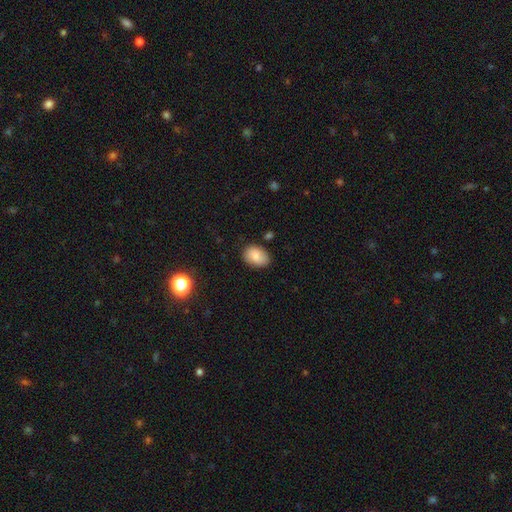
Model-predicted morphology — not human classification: type=smooth (84%); roundness=in between (79%); merging=none (80%).